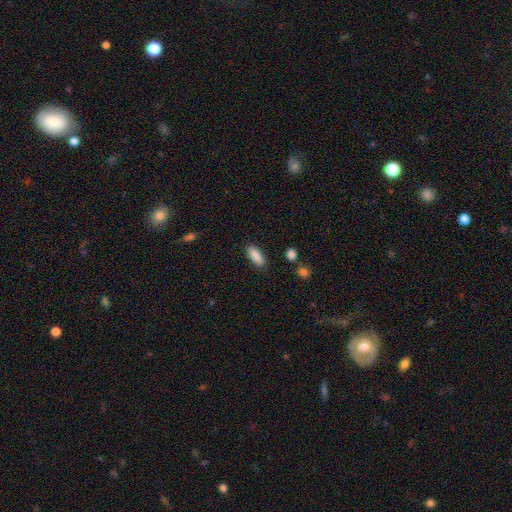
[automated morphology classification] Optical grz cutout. It shows a smooth galaxy with no disk features (88%) that is in between round and cigar-shaped (71%). Merging: none (88%).